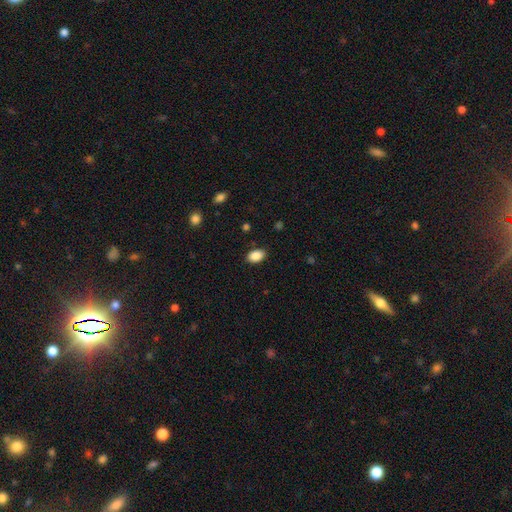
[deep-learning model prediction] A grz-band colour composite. It shows a smooth galaxy with no disk features (89%) that is in between round and cigar-shaped (87%). Merging: none (86%).